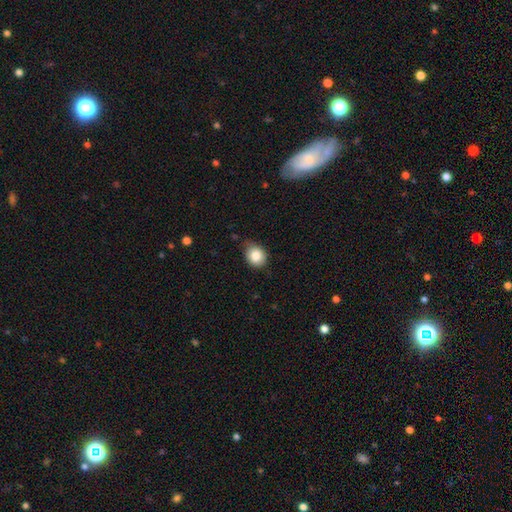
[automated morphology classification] Smooth or featured? Predicted: smooth (p=0.85). How rounded? Predicted: round (p=0.63). Merging? Predicted: none (p=0.67).